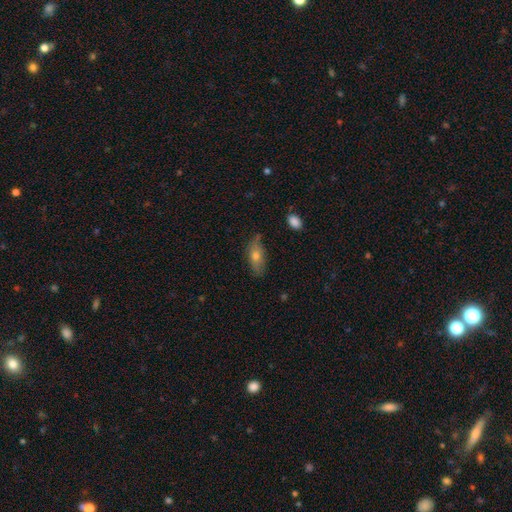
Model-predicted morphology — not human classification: Q: Smooth or featured?
A: smooth (63%); runner-up: featured or disk (28%)
Q: How rounded?
A: in between (69%); runner-up: cigar-shaped (26%)
Q: Merging?
A: none (76%); runner-up: minor disturbance (18%)